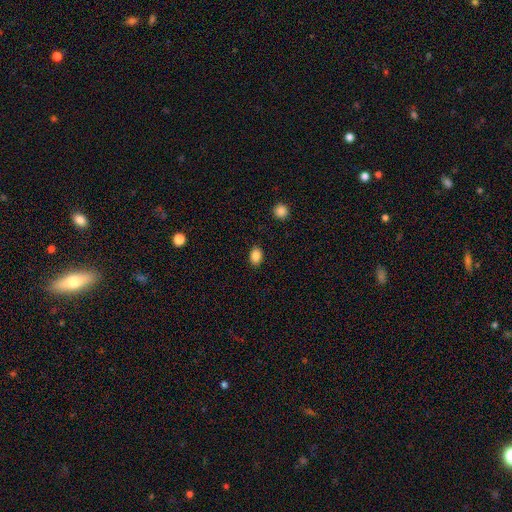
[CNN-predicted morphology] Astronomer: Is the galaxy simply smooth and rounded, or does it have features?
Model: smooth — 87%.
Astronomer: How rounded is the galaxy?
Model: in between — 72%.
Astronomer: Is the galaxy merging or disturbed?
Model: none — 88%.